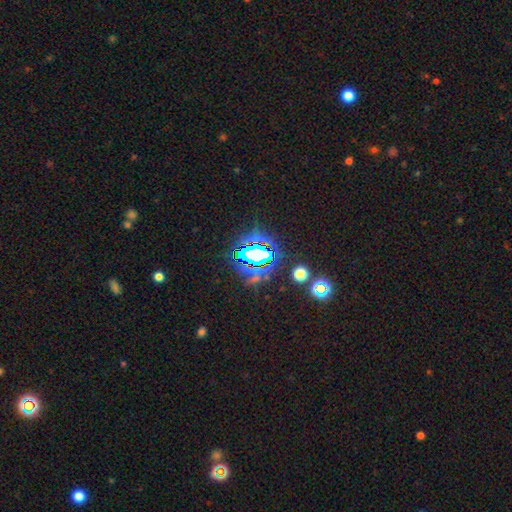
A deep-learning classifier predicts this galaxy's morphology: This is likely a star or artifact rather than a galaxy (68%).